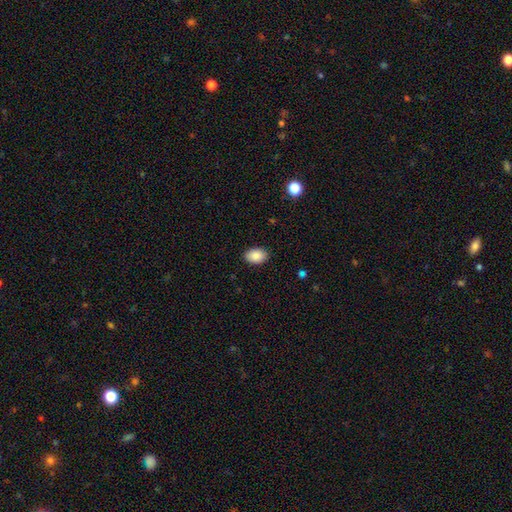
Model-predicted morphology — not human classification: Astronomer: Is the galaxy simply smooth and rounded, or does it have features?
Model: smooth — 89%.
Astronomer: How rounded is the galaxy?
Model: in between — 84%.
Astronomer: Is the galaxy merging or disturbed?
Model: none — 88%.